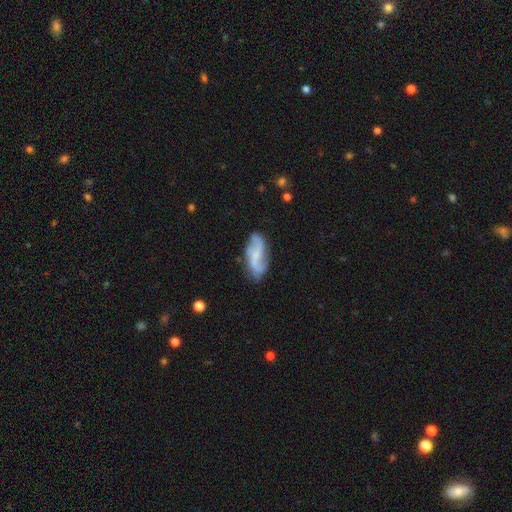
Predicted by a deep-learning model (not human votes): smooth_or_featured: featured or disk (p=0.68) [alt: smooth p=0.25]
disk_edge_on: no (p=0.93) [alt: yes p=0.07]
bar: no (p=0.45) [alt: weak p=0.41]
has_spiral_arms: yes (p=0.90) [alt: no p=0.10]
spiral_winding: loose (p=0.62) [alt: medium p=0.28]
spiral_arm_count: 2 (p=0.77) [alt: can't tell p=0.10]
bulge_size: small (p=0.47) [alt: none p=0.30]
merging: none (p=0.68) [alt: minor disturbance p=0.21]